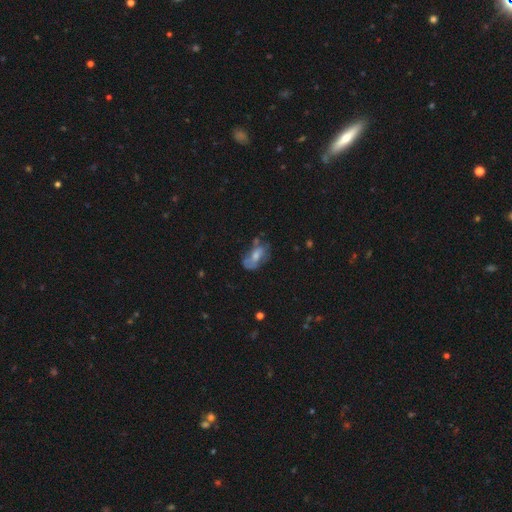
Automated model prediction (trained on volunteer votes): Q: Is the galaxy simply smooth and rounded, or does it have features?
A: featured or disk — 47%.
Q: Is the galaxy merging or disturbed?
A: none — 39%.